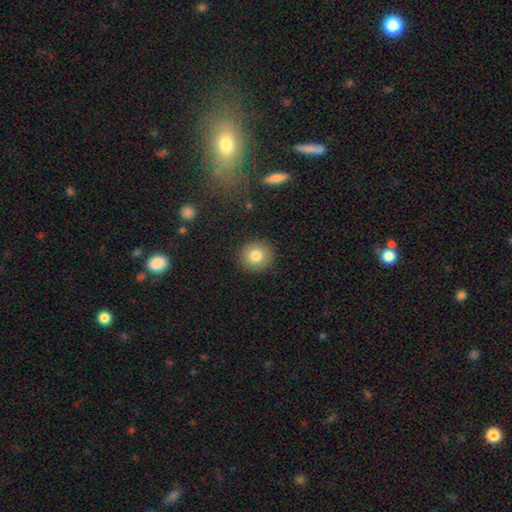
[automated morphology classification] smooth-or-featured: smooth: 80% | featured or disk: 10% | star or artifact: 10%
  how-rounded: round: 91% | in between: 8% | cigar-shaped: 1%
  merging: none: 90% | minor disturbance: 6% | major disturbance: 2% | merger: 1%